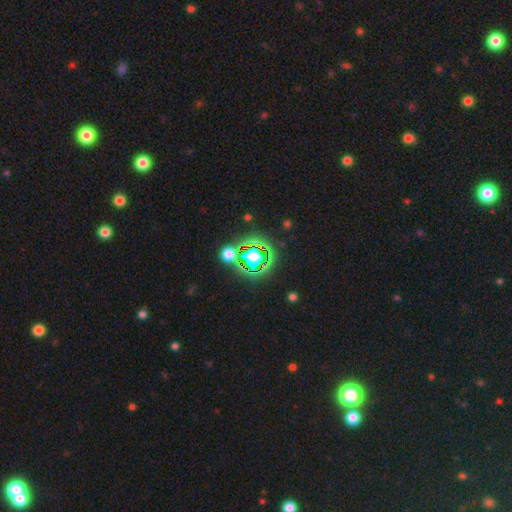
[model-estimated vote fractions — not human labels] Smooth or featured? Predicted: star or artifact (p=0.63).